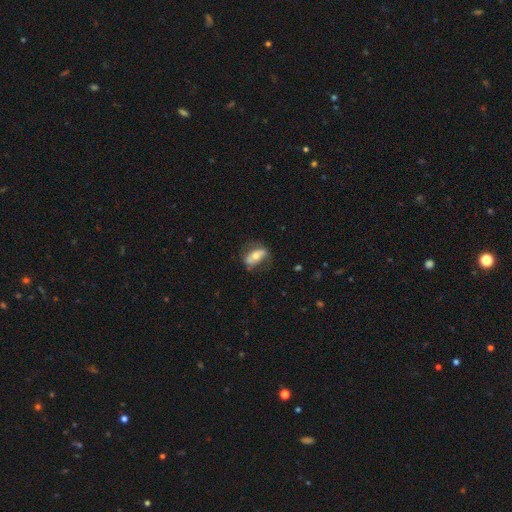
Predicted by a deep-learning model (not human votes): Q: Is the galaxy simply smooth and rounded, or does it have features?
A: smooth — 47%.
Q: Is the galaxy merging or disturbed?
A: none — 63%.